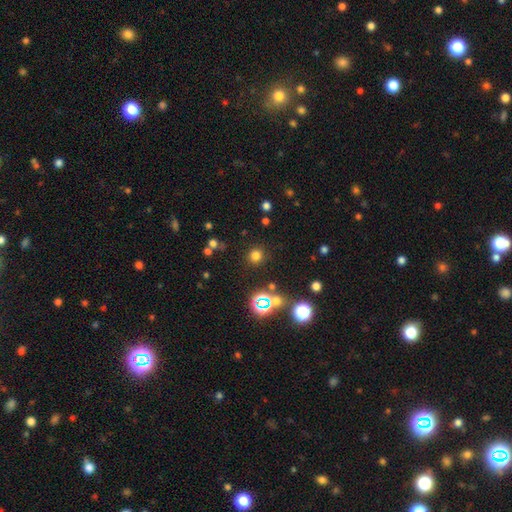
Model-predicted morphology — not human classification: smooth 70%, star or artifact 24%, featured or disk 6%. Down the decision tree: how rounded — round (93%); merging — none (88%).